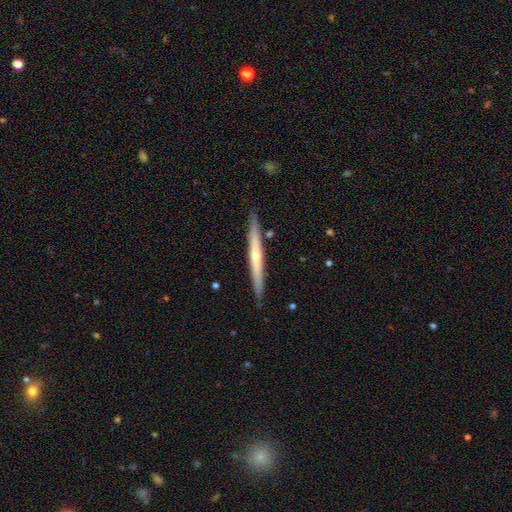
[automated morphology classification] featured or disk 59%, smooth 36%, star or artifact 5%. Down the decision tree: edge-on disk — yes (97%); edge-on bulge — rounded (50%); merging — none (89%).